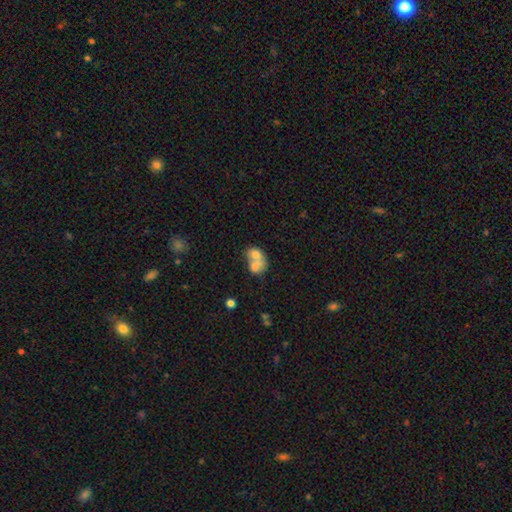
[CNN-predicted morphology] Smooth or featured: smooth — 65% (featured or disk — 25%)
How rounded: in between — 62% (round — 36%)
Merging: merger — 73% (none — 16%)